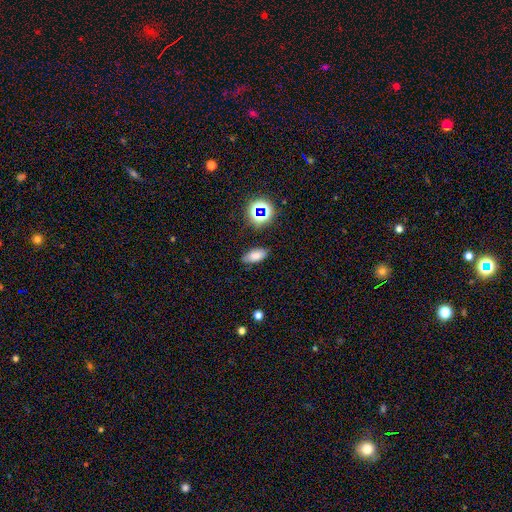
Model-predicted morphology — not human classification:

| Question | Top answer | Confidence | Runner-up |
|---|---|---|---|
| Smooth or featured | smooth | 75% | star or artifact (15%) |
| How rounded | in between | 87% | cigar-shaped (8%) |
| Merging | none | 78% | minor disturbance (16%) |